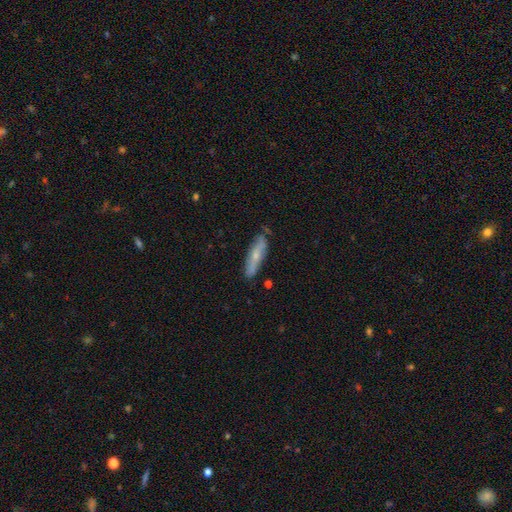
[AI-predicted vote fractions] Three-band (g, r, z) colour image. It shows a smooth galaxy with no disk features (47%). Merging: none (77%).